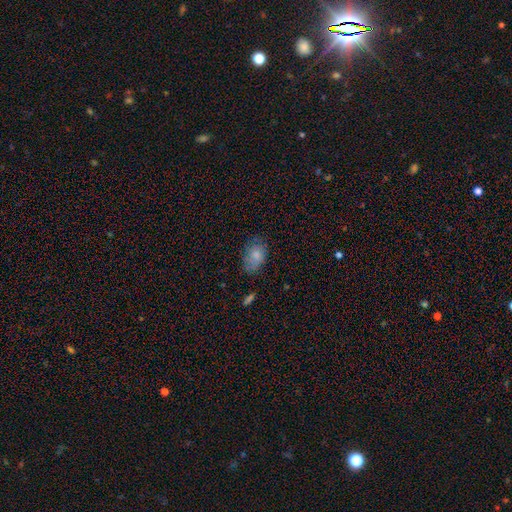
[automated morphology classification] smooth 80%, featured or disk 12%, star or artifact 8%. Down the decision tree: how rounded — in between (83%); merging — none (62%).